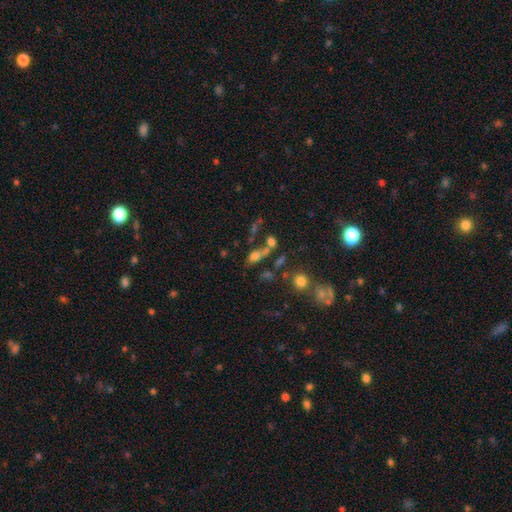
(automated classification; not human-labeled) This appears to be a smooth galaxy with no disk features (62%) that is in between round and cigar-shaped (68%). Merging: merger (38%).